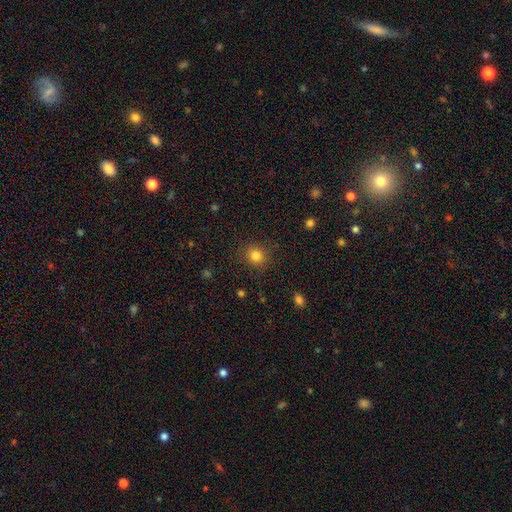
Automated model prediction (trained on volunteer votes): This appears to be a smooth galaxy with no disk features (83%) that is round (86%). Merging: none (87%).